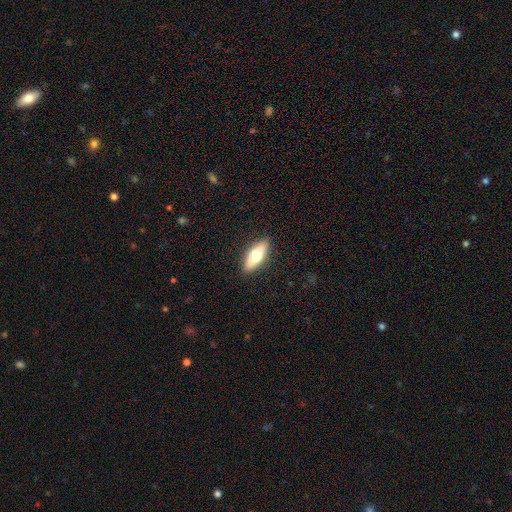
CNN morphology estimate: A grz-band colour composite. It shows a smooth galaxy with no disk features (55%) that is in between round and cigar-shaped (58%). Merging: none (89%).